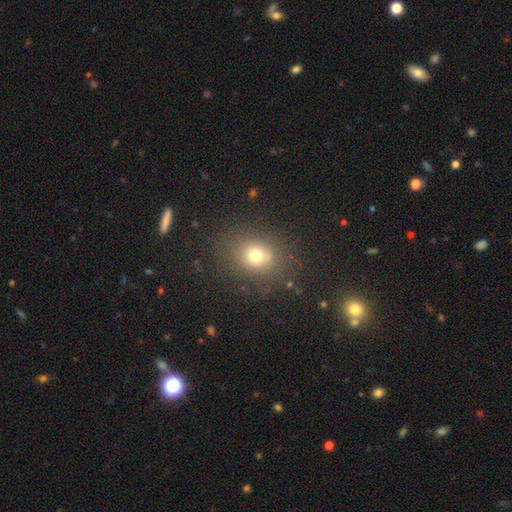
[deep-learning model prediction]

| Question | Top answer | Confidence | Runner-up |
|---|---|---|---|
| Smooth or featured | smooth | 71% | star or artifact (17%) |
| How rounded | round | 64% | in between (35%) |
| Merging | none | 77% | minor disturbance (13%) |